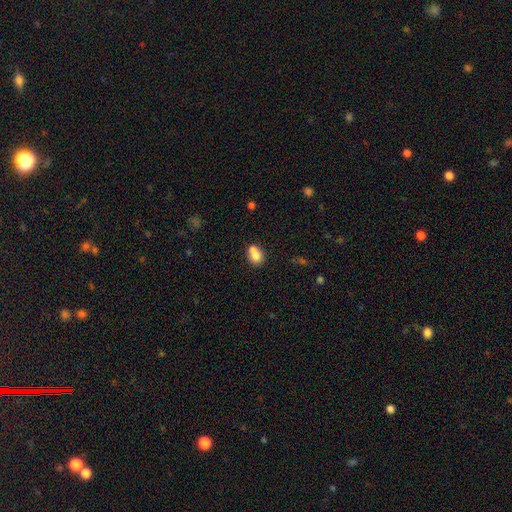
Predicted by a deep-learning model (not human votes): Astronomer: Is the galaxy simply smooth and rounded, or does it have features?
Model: smooth — 74%.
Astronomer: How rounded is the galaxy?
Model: round — 57% (runner-up: in between, 42%).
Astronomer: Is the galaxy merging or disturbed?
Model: merger — 56% (runner-up: none, 32%).